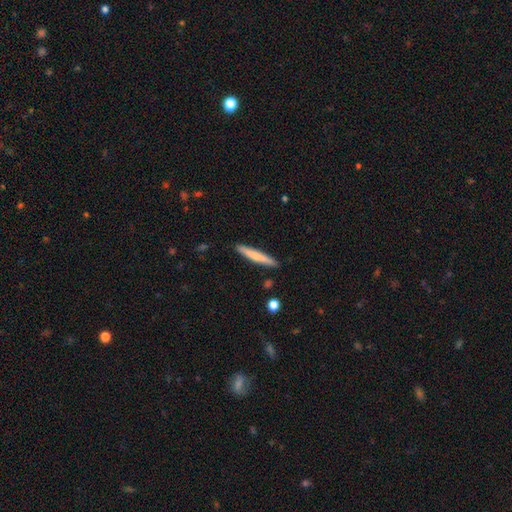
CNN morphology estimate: Smooth or featured? smooth (67%)
How rounded? cigar-shaped (95%)
Merging? none (90%)